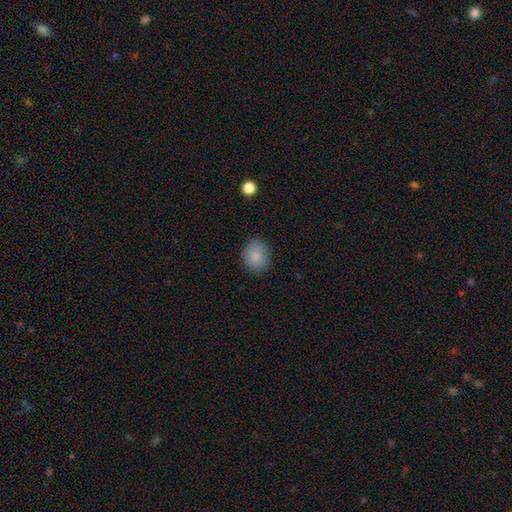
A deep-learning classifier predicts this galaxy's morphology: Smooth or featured? Predicted: smooth (p=0.85). How rounded? Predicted: round (p=0.62). Merging? Predicted: none (p=0.85).